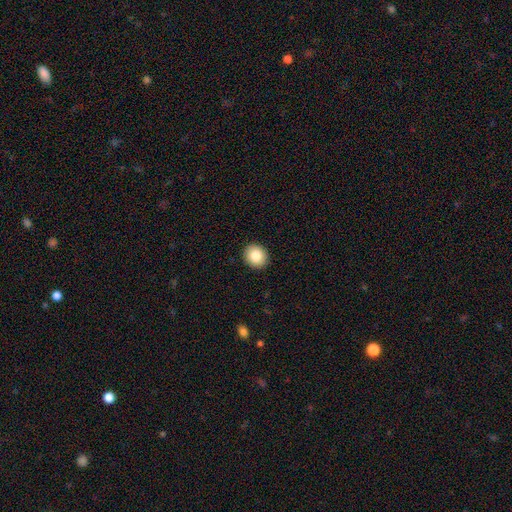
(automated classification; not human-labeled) A smooth galaxy with no disk features (85%) that is round (81%).

Vote fractions:
- Smooth or featured? smooth: 85% / star or artifact: 9% / featured or disk: 7%
- How rounded? round: 81% / in between: 18% / cigar-shaped: 1%
- Merging? none: 92% / minor disturbance: 5% / major disturbance: 2% / merger: 1%